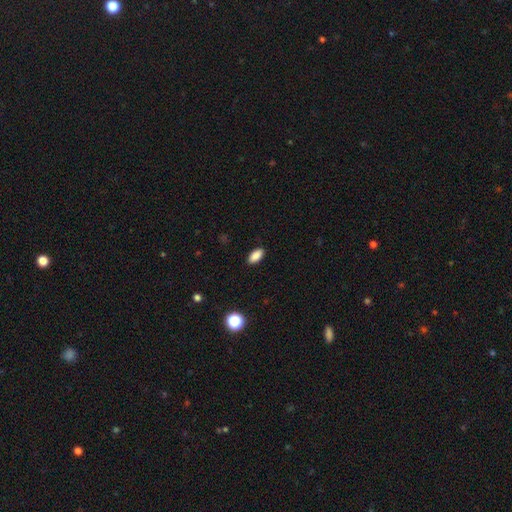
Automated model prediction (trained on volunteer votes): Smooth or featured: smooth — 88% (star or artifact — 8%)
How rounded: in between — 91% (cigar-shaped — 5%)
Merging: none — 89% (minor disturbance — 8%)